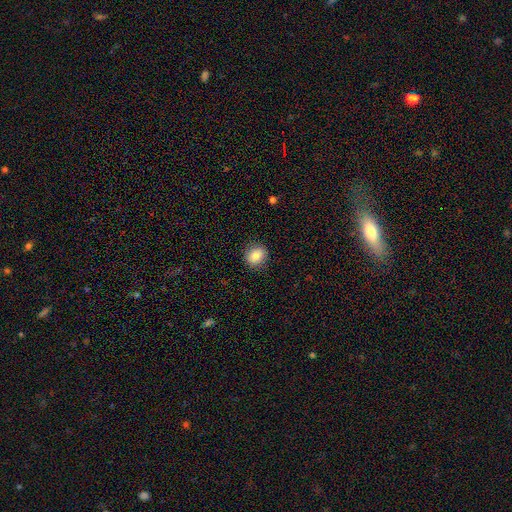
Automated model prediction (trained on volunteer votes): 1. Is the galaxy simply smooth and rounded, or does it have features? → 82% smooth, 10% star or artifact, 9% featured or disk.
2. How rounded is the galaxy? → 76% round, 23% in between, 1% cigar-shaped.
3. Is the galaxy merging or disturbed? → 87% none, 9% minor disturbance, 3% major disturbance, 1% merger.